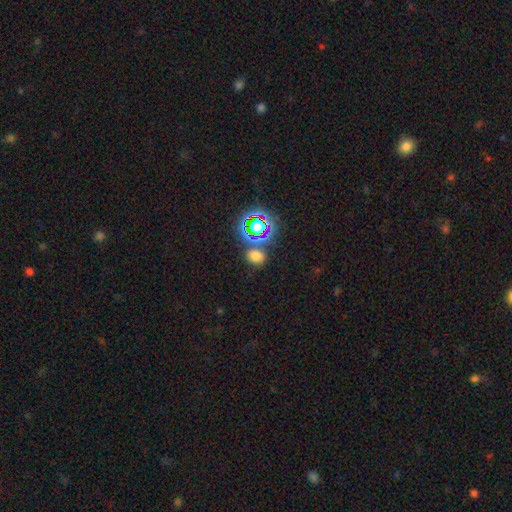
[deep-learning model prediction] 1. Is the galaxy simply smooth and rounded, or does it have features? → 63% smooth, 31% star or artifact, 7% featured or disk.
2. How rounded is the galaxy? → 54% in between, 45% round, 2% cigar-shaped.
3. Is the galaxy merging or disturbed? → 70% none, 15% merger, 11% minor disturbance, 4% major disturbance.